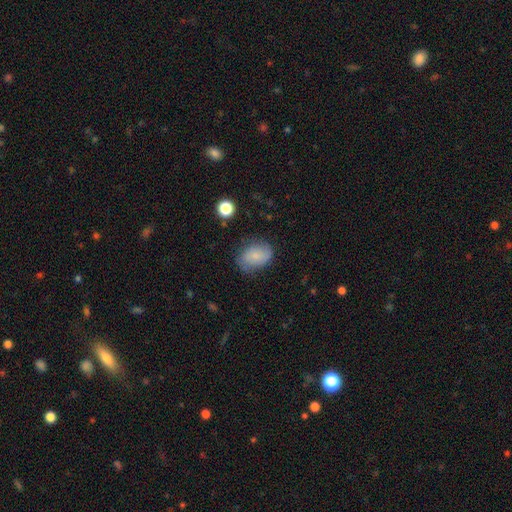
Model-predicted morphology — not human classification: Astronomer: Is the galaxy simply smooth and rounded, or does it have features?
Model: smooth — 67%.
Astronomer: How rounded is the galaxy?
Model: in between — 74%.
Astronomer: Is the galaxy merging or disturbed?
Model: none — 69%.